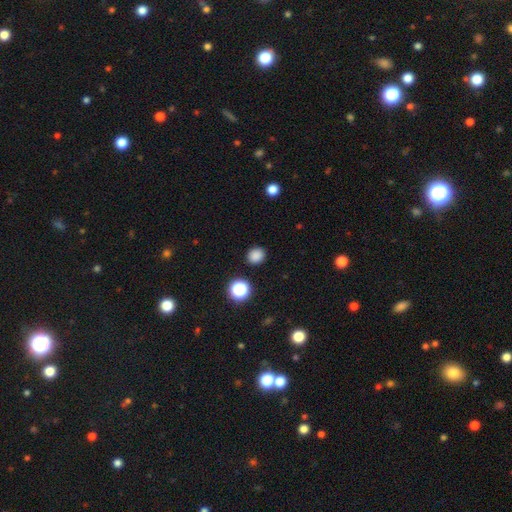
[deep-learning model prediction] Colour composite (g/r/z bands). It shows a smooth galaxy with no disk features (84%) that is round (81%). Merging: none (90%).